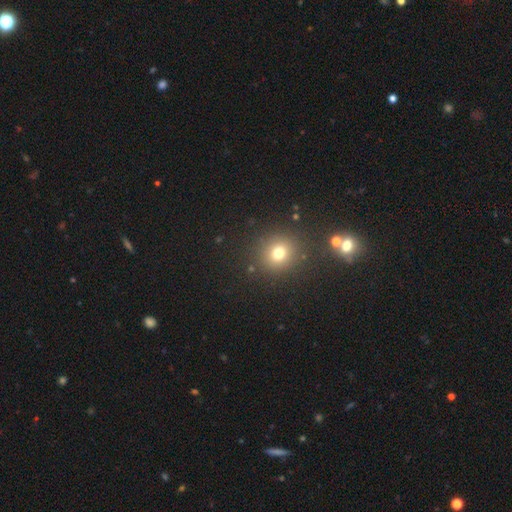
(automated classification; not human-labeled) Smooth or featured? smooth (53%)
How rounded? round (85%)
Merging? none (80%)